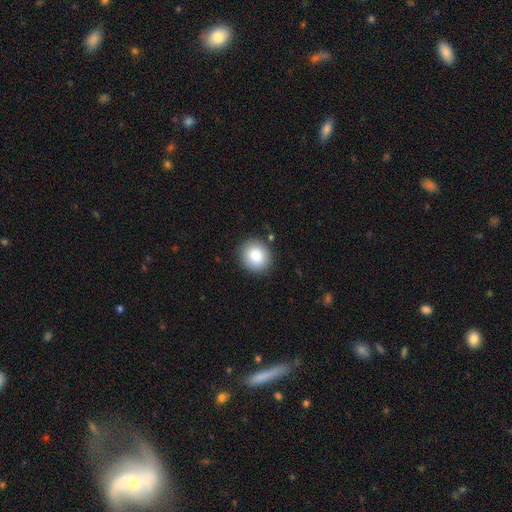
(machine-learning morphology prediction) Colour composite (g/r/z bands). It shows a smooth galaxy with no disk features (87%) that is round (84%). Merging: none (88%).